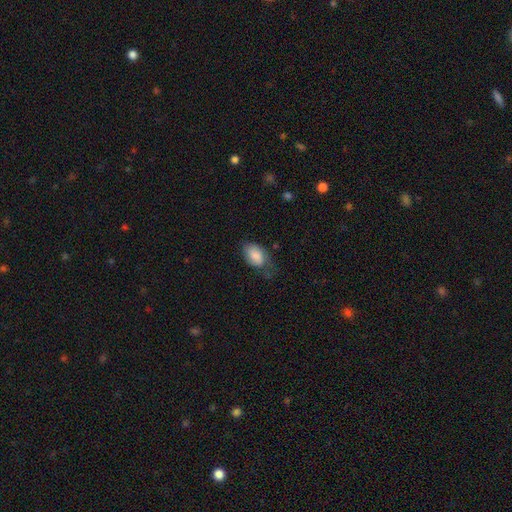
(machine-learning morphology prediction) A smooth galaxy with no disk features (81%) that is in between round and cigar-shaped (89%).

Vote fractions:
- Smooth or featured? smooth: 81% / featured or disk: 12% / star or artifact: 7%
- How rounded? in between: 89% / round: 10% / cigar-shaped: 1%
- Merging? none: 46% / minor disturbance: 35% / major disturbance: 17% / merger: 2%